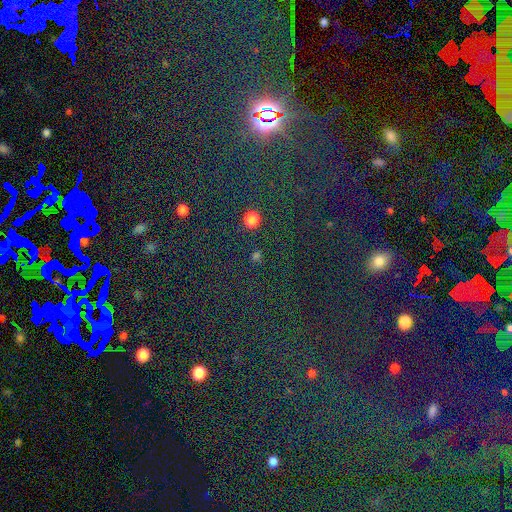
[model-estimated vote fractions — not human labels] Overall: star or artifact (76%).